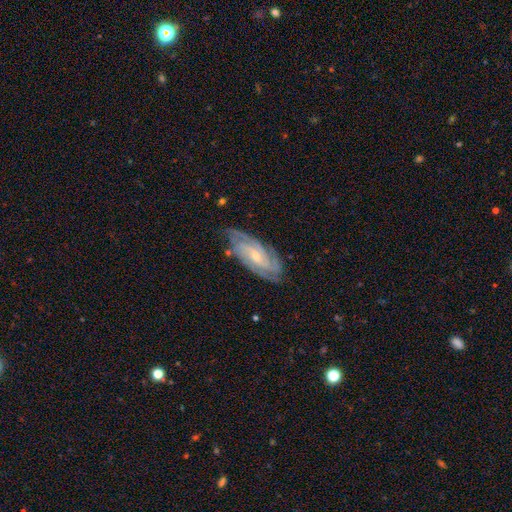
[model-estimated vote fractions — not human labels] Smooth or featured? Predicted: featured or disk (p=0.87). Edge-on disk? Predicted: no (p=0.94). Bar? Predicted: no (p=0.44, tied with weak). Spiral arms? Predicted: yes (p=0.98). Spiral winding? Predicted: tight (p=0.66). Spiral arm count? Predicted: 3 (p=0.27). Bulge size? Predicted: small (p=0.61). Merging? Predicted: none (p=0.77).